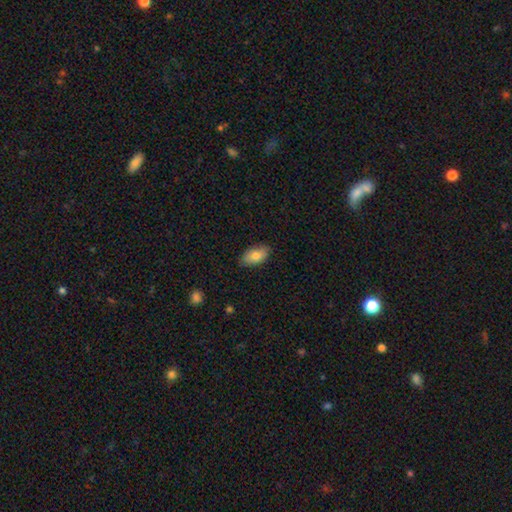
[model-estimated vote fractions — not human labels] Morphology: type=smooth (79%); roundness=in between (93%); merging=none (84%).